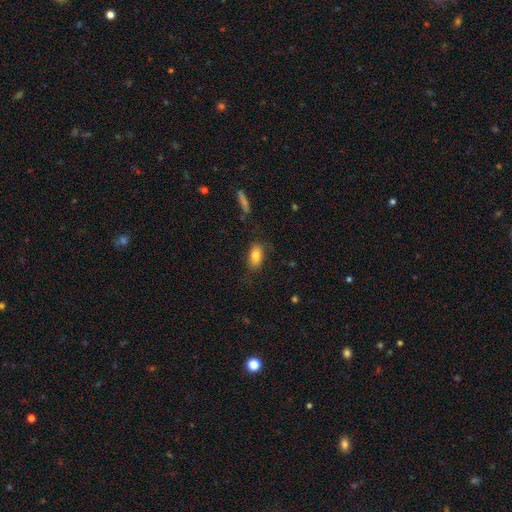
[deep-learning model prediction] smooth_or_featured: smooth (p=0.81) [alt: featured or disk p=0.11]
how_rounded: in between (p=0.87) [alt: cigar-shaped p=0.06]
merging: none (p=0.80) [alt: minor disturbance p=0.14]